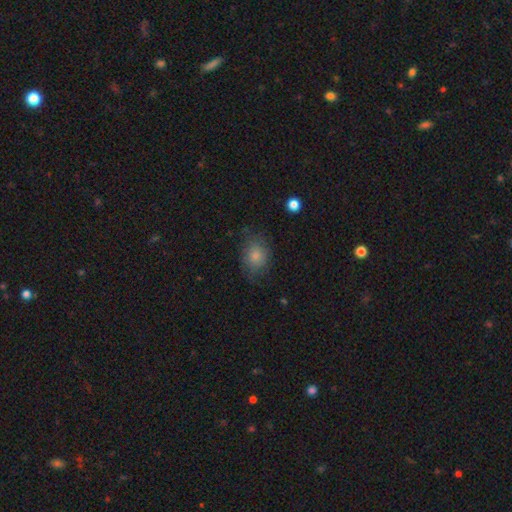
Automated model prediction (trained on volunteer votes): Morphology: type=smooth (81%); roundness=in between (57%); merging=none (70%).